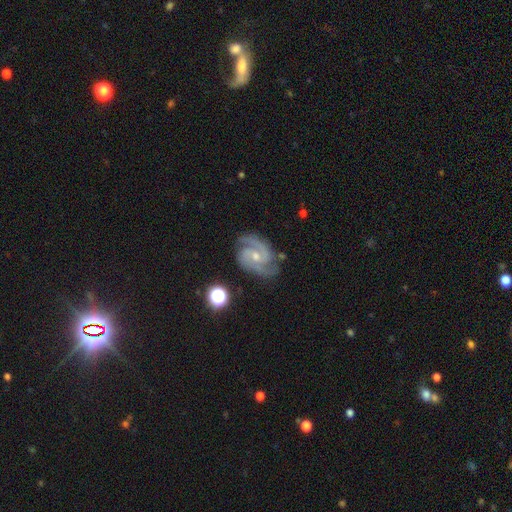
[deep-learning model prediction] Smooth or featured: featured or disk — 91% (star or artifact — 5%)
Edge-on disk: no — 98% (yes — 2%)
Bar: no — 45% (tied with weak — 45%)
Spiral arms: yes — 98% (no — 2%)
Spiral winding: medium — 50% (tight — 42%)
Spiral arm count: 2 — 66% (3 — 22%)
Bulge size: moderate — 48% (tied with small — 48%)
Merging: none — 76% (minor disturbance — 17%)